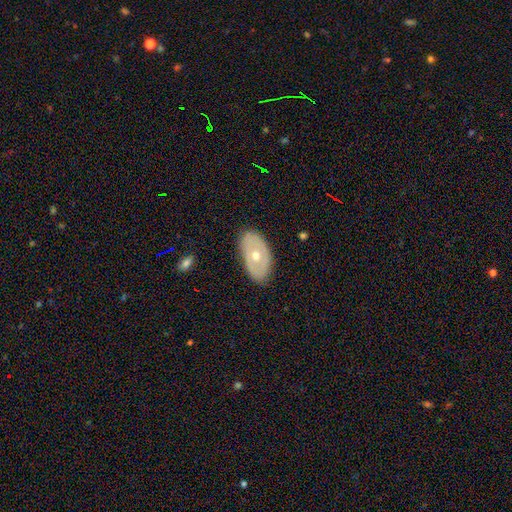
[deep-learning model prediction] smooth-or-featured: featured or disk: 55% | smooth: 38% | star or artifact: 6%
  disk-edge-on: no: 86% | yes: 14%
  merging: none: 84% | minor disturbance: 12% | major disturbance: 3% | merger: 1%